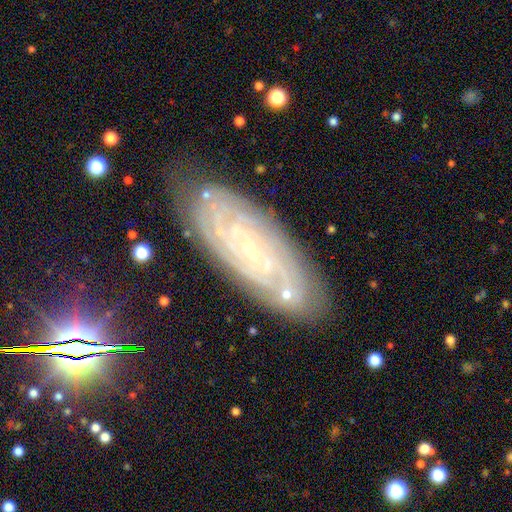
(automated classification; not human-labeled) Smooth or featured?
  - featured or disk: 83% *
  - smooth: 9%
  - star or artifact: 8%
Edge-on disk?
  - no: 92% *
  - yes: 8%
Bar?
  - no: 70% *
  - weak: 22%
  - strong: 8%
Spiral arms?
  - yes: 95% *
  - no: 5%
Spiral winding?
  - tight: 80% *
  - medium: 16%
  - loose: 3%
Spiral arm count?
  - can't tell: 39% *
  - 4: 18%
  - 3: 13%
  - 2: 12%
  - more than 4: 12%
  - 1: 6%
Bulge size?
  - small: 86% *
  - moderate: 10%
  - none: 2%
  - large: 1%
  - dominant: 1%
Merging?
  - none: 76% *
  - minor disturbance: 17%
  - major disturbance: 5%
  - merger: 3%